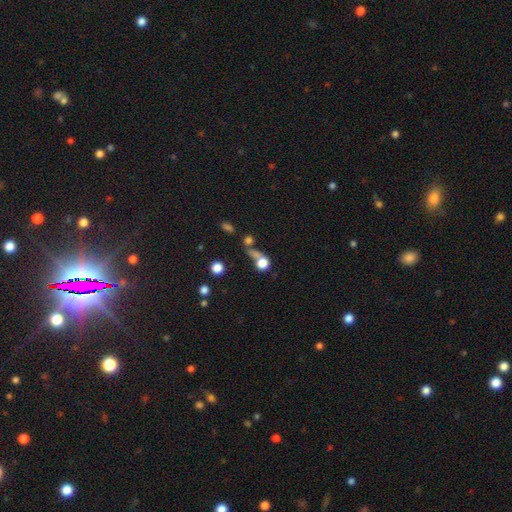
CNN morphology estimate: Smooth or featured? smooth (44%)
Merging? none (48%)